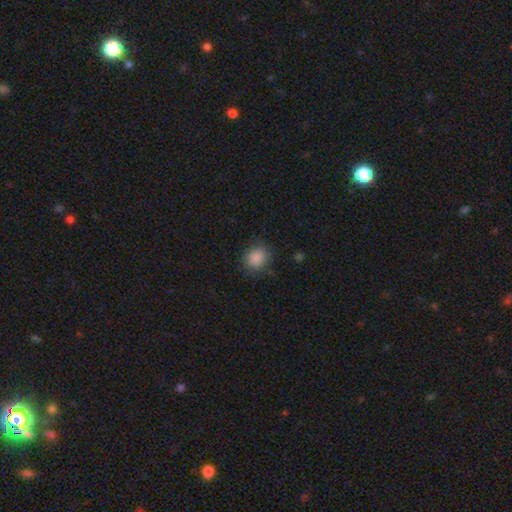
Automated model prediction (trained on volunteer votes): This is clearly a smooth galaxy (85%). How rounded: likely round (68%). Merging: clearly none (85%).